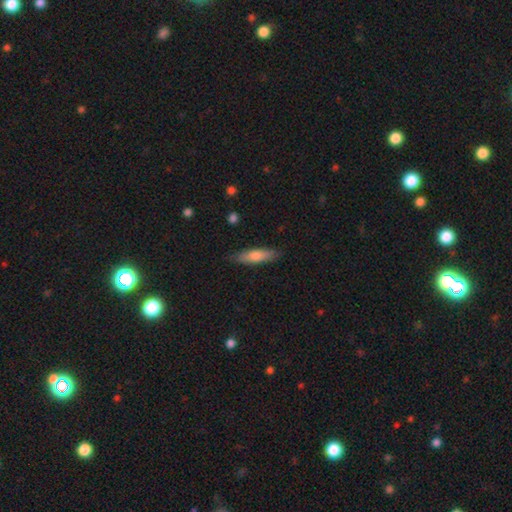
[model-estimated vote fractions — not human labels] A smooth galaxy with no disk features (69%) that is cigar-shaped (69%). Merging: none (86%).